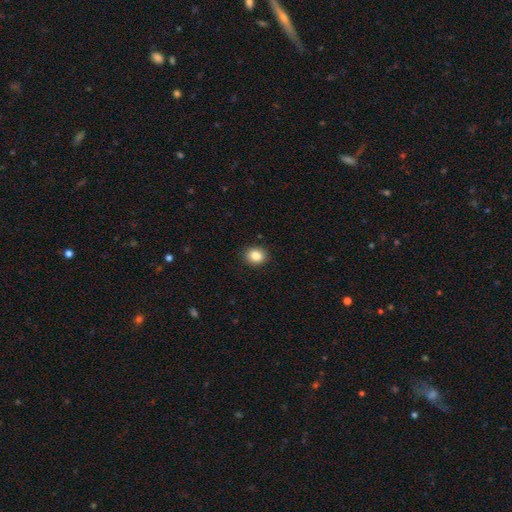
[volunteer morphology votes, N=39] A smooth galaxy with no disk features (90%) that is round (51%).

Vote fractions:
- Smooth or featured? smooth: 90% / star or artifact: 10% / featured or disk: 0%
- How rounded? round: 51% / in between: 49% / cigar-shaped: 0%
- Merging? none: 83% / minor disturbance: 17% / major disturbance: 0% / merger: 0%